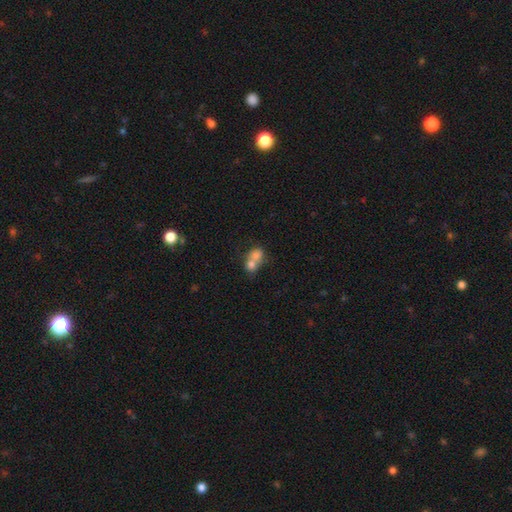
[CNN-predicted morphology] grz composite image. It shows a smooth galaxy with no disk features (73%) that is round (58%). Merging: merger (72%).